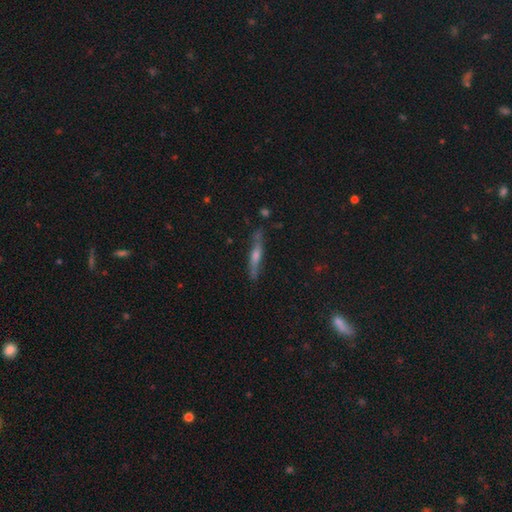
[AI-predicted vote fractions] A featured or disk galaxy (64%) viewed edge-on (93%) with a rounded central bulge (73%).

Vote fractions:
- Smooth or featured? featured or disk: 64% / smooth: 27% / star or artifact: 9%
- Edge-on disk? yes: 93% / no: 7%
- Edge-on bulge? rounded: 73% / none: 15% / boxy: 12%
- Merging? none: 82% / minor disturbance: 13% / major disturbance: 3% / merger: 2%